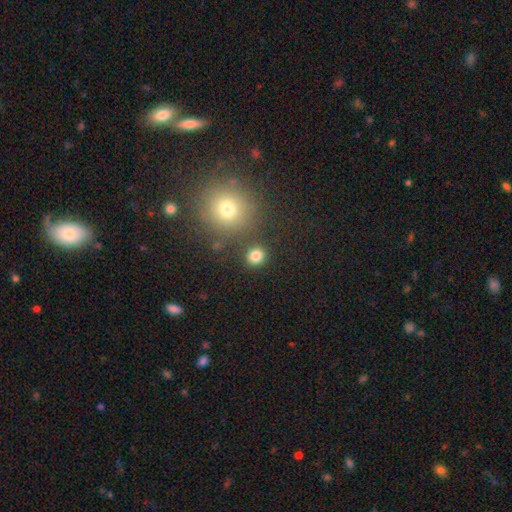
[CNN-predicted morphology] A smooth galaxy with no disk features (82%) that is round (84%). Merging: none (84%).